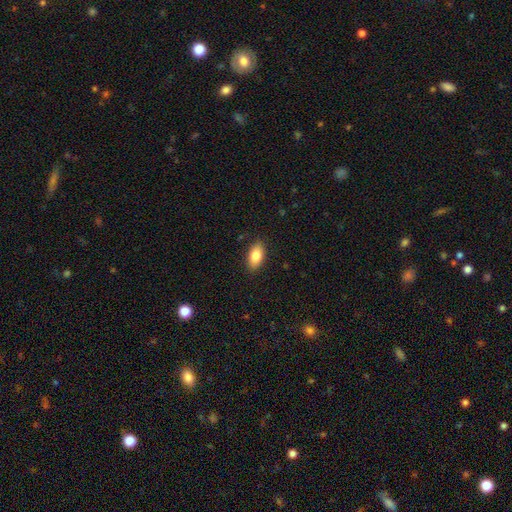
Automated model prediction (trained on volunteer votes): Morphology: type=smooth (83%); roundness=in between (92%); merging=none (89%).